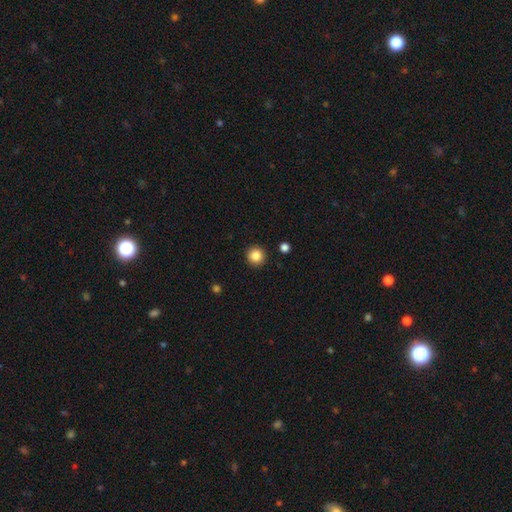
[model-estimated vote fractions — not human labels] smooth-or-featured: smooth: 86% | star or artifact: 10% | featured or disk: 4%
  how-rounded: round: 95% | in between: 4% | cigar-shaped: 1%
  merging: none: 92% | minor disturbance: 5% | major disturbance: 2% | merger: 1%